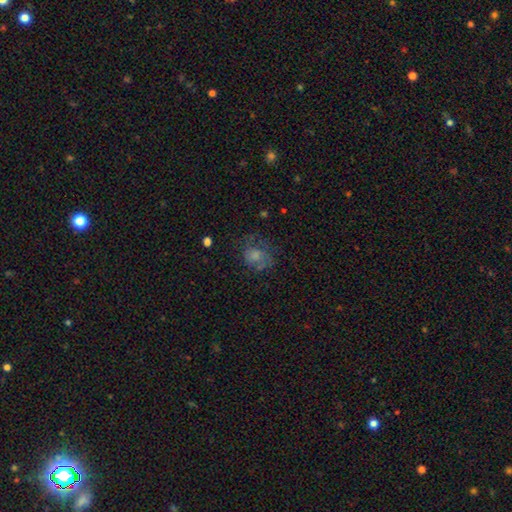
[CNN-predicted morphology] smooth_or_featured: smooth (p=0.54) [alt: featured or disk p=0.33]
how_rounded: round (p=0.61) [alt: in between p=0.38]
merging: none (p=0.46) [alt: major disturbance p=0.27]